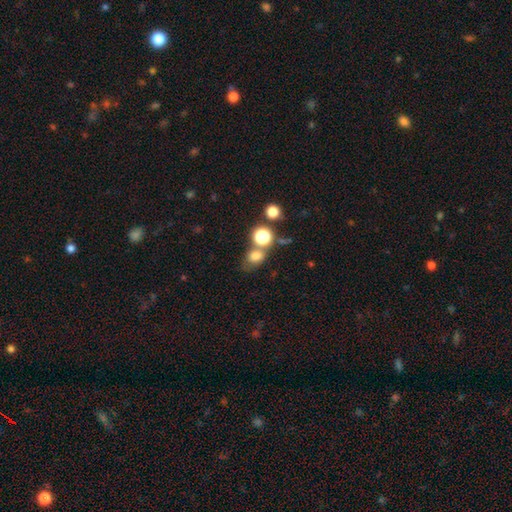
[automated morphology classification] This is likely a smooth galaxy (74%). How rounded: possibly round (56%). Merging: possibly none (53%).